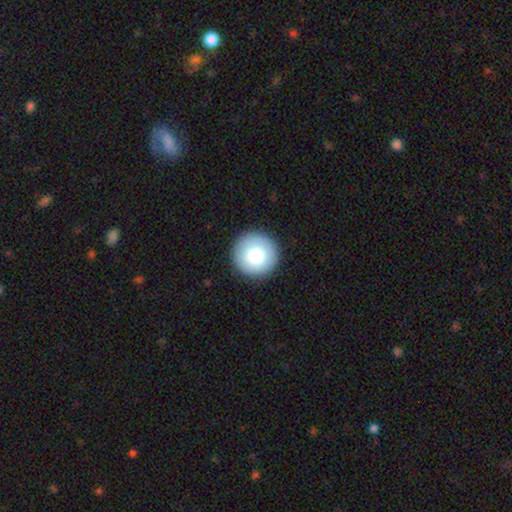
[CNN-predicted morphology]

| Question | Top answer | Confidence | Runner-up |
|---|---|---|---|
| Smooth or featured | smooth | 82% | featured or disk (10%) |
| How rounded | round | 96% | in between (3%) |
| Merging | none | 92% | minor disturbance (5%) |